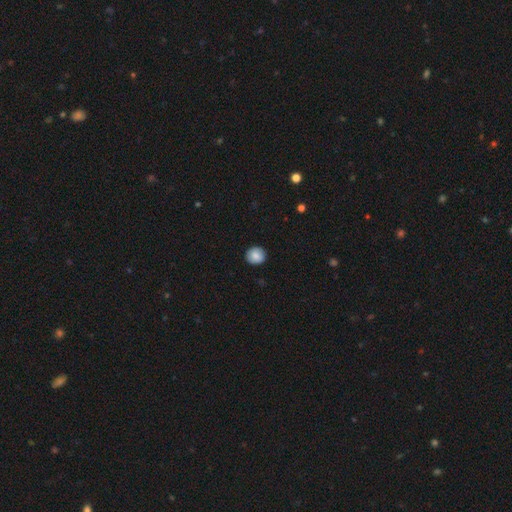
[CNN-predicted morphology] A smooth galaxy with no disk features (86%) that is round (87%). Merging: none (90%).